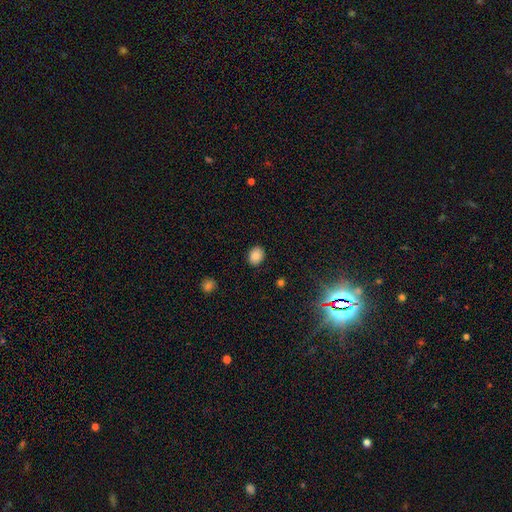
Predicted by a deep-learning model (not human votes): smooth-or-featured: smooth: 85% | star or artifact: 10% | featured or disk: 6%
  how-rounded: in between: 51% | round: 48% | cigar-shaped: 1%
  merging: none: 86% | minor disturbance: 11% | major disturbance: 2% | merger: 1%